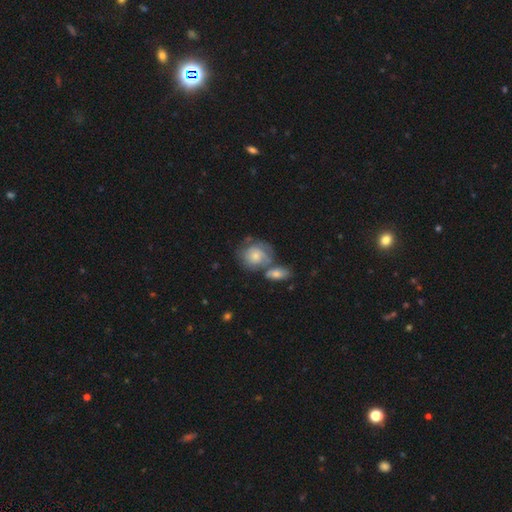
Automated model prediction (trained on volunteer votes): Overall: featured or disk (47%; smooth 43%). Merging: none (45%; merger 34%).